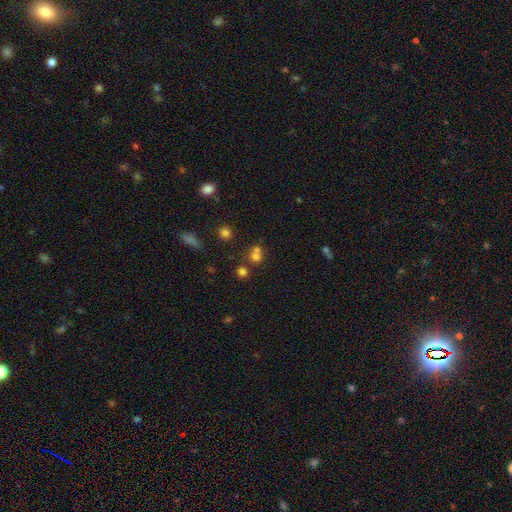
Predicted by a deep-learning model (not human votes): The model was most divided on "merging": merger: 46%, none: 44%, minor disturbance: 7%, major disturbance: 4%. More confident: how rounded — round (82%); smooth or featured — smooth (67%).